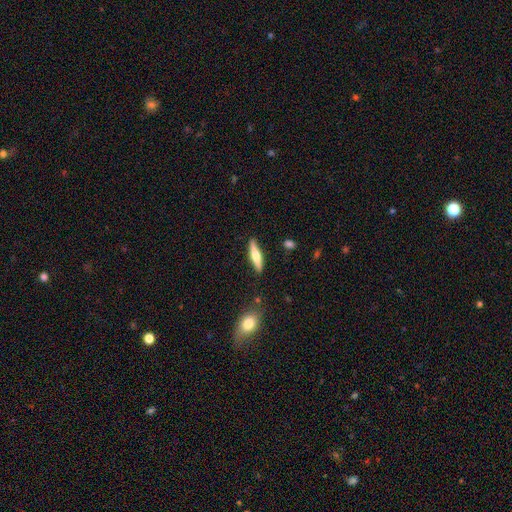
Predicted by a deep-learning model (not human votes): Morphology: type=smooth (50%); merging=none (85%).